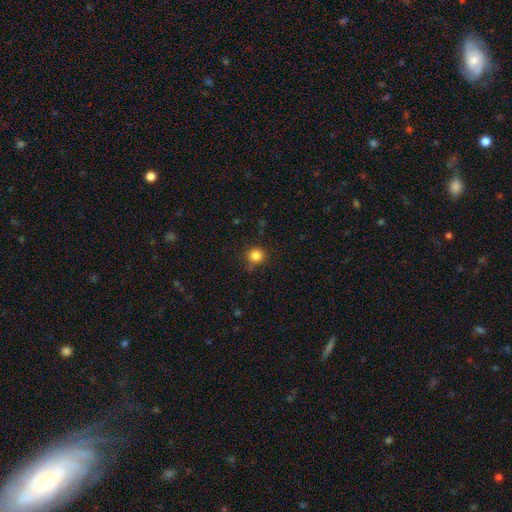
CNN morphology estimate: The model was most divided on "merging": none: 82%, minor disturbance: 11%, merger: 3%, major disturbance: 3%. More confident: how rounded — round (89%); smooth or featured — smooth (84%).